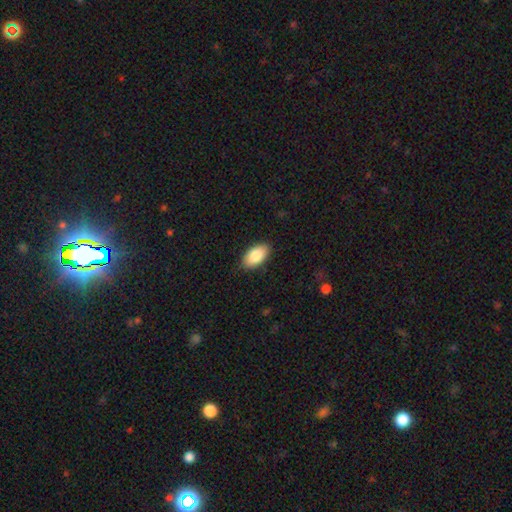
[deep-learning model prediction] smooth_or_featured: smooth (p=0.85) [alt: featured or disk p=0.08]
how_rounded: in between (p=0.95) [alt: round p=0.03]
merging: none (p=0.86) [alt: minor disturbance p=0.11]